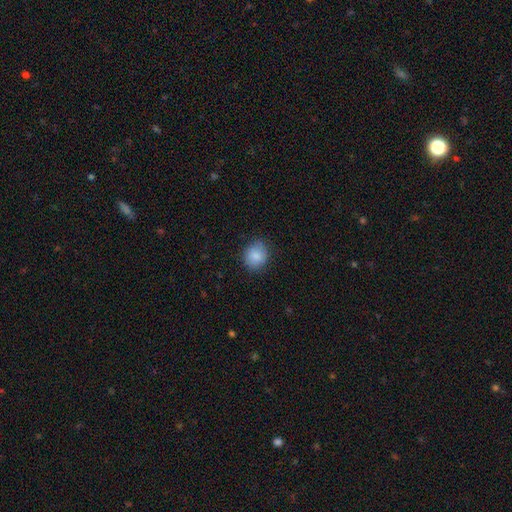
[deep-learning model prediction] A smooth galaxy with no disk features (87%) that is round (68%). Merging: none (82%).